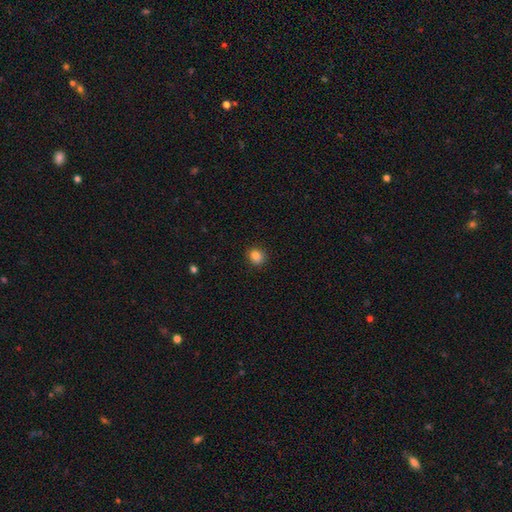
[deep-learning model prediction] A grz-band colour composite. It shows a smooth galaxy with no disk features (85%) that is round (73%). Merging: none (90%).